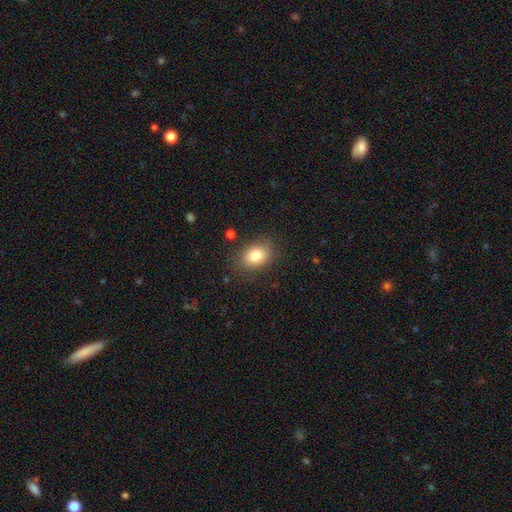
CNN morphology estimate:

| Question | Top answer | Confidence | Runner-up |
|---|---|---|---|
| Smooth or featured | smooth | 81% | star or artifact (10%) |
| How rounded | in between | 59% | round (40%) |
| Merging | none | 83% | minor disturbance (12%) |